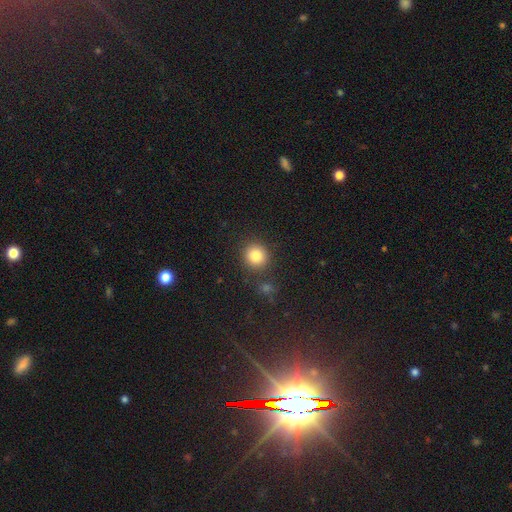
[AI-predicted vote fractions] Smooth or featured?
  - smooth: 84% *
  - star or artifact: 11%
  - featured or disk: 5%
How rounded?
  - round: 90% *
  - in between: 10%
  - cigar-shaped: 1%
Merging?
  - none: 84% *
  - minor disturbance: 8%
  - merger: 5%
  - major disturbance: 3%